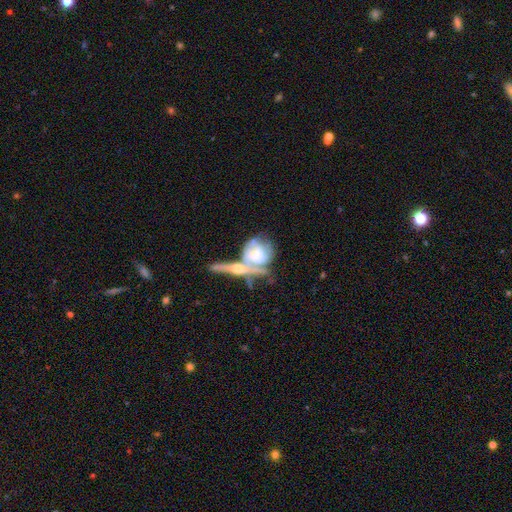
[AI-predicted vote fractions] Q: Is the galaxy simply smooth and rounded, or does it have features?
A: featured or disk — 68%.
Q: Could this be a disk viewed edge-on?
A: no — 81%.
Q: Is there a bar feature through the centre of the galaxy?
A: no — 75%.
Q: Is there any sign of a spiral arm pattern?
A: yes — 62%.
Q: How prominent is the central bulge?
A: moderate — 44%.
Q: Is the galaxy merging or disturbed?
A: merger — 50%.